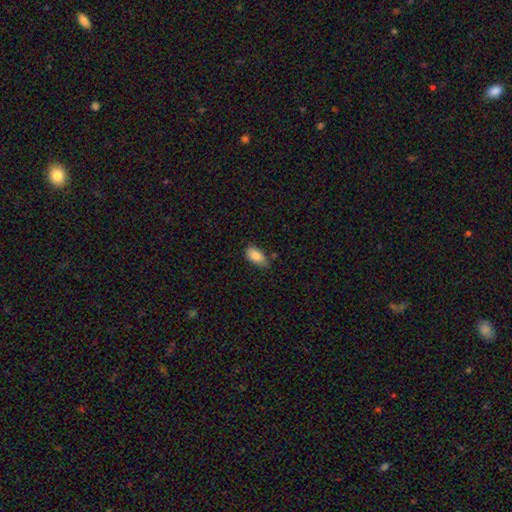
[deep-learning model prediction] A smooth galaxy with no disk features (83%) that is in between round and cigar-shaped (92%).

Vote fractions:
- Smooth or featured? smooth: 83% / featured or disk: 10% / star or artifact: 7%
- How rounded? in between: 92% / cigar-shaped: 4% / round: 4%
- Merging? none: 64% / minor disturbance: 29% / major disturbance: 4% / merger: 3%